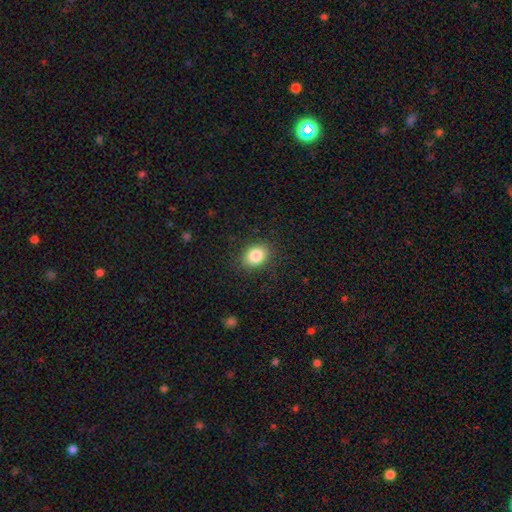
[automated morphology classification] Overall: smooth (85%). How rounded: in between (60%; round 39%). Merging: none (87%).